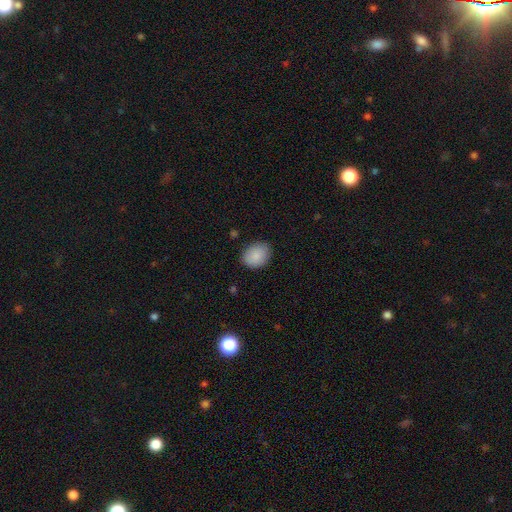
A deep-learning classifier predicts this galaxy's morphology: Overall: smooth (88%). How rounded: in between (55%; round 45%). Merging: none (84%).